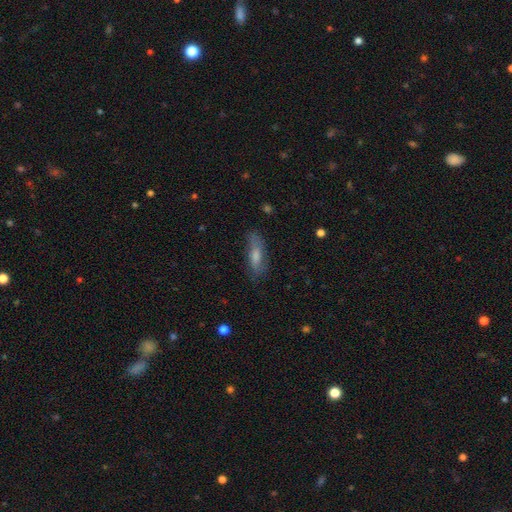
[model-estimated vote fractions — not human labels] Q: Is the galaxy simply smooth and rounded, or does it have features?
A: smooth — 55%.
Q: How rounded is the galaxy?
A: cigar-shaped — 49%.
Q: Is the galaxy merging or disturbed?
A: none — 75%.